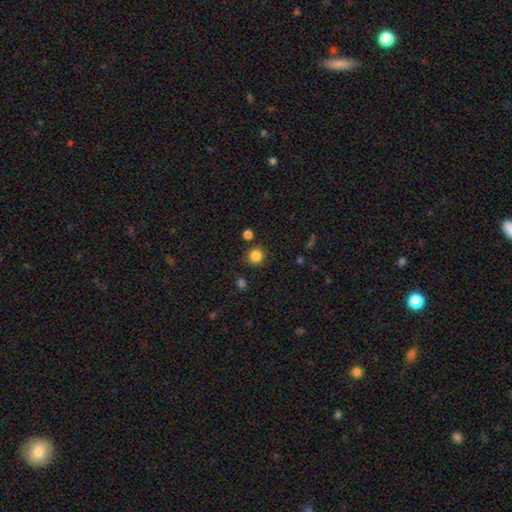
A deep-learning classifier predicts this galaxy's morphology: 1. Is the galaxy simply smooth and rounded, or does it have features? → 85% smooth, 11% star or artifact, 4% featured or disk.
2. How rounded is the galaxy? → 94% round, 5% in between, 1% cigar-shaped.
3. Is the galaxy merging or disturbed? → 87% none, 7% minor disturbance, 4% merger, 2% major disturbance.